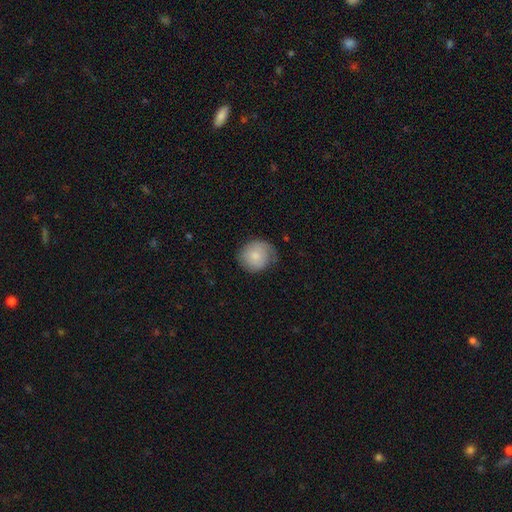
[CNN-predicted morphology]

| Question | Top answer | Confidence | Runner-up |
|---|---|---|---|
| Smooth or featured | smooth | 74% | featured or disk (20%) |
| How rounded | round | 84% | in between (15%) |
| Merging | none | 63% | minor disturbance (27%) |